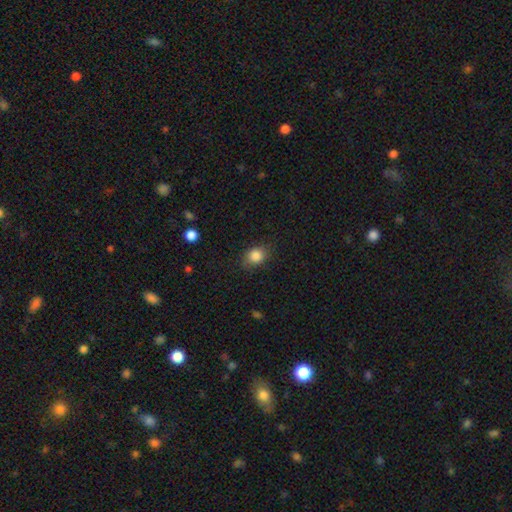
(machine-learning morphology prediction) A smooth galaxy with no disk features (85%) that is round (56%). Merging: none (78%).